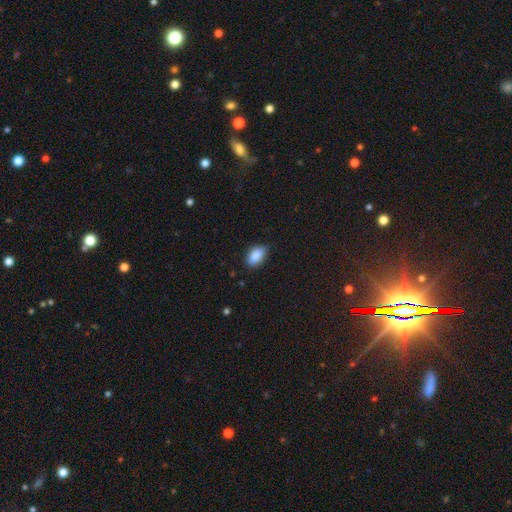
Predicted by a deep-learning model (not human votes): smooth 88%, star or artifact 7%, featured or disk 5%. Down the decision tree: how rounded — in between (90%); merging — none (77%).